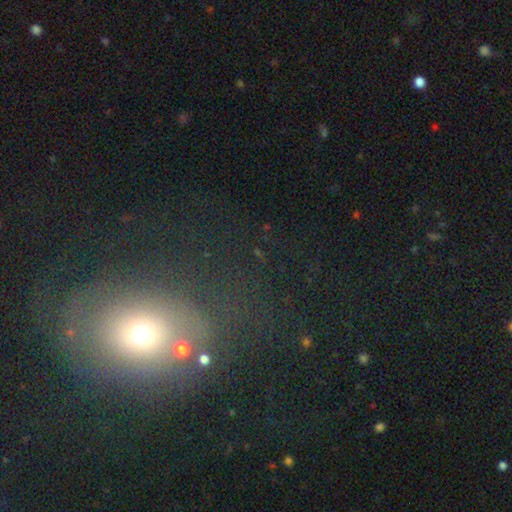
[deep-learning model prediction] smooth 46%, star or artifact 35%, featured or disk 20%. Down the decision tree: merging — none (65%).